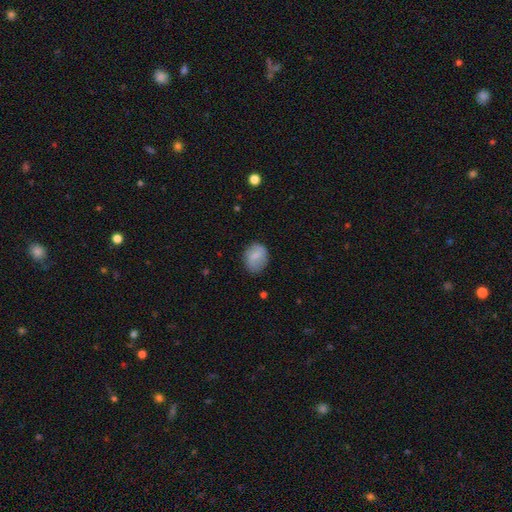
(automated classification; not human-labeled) Overall: smooth (73%). How rounded: round (51%; in between 48%). Merging: none (77%).